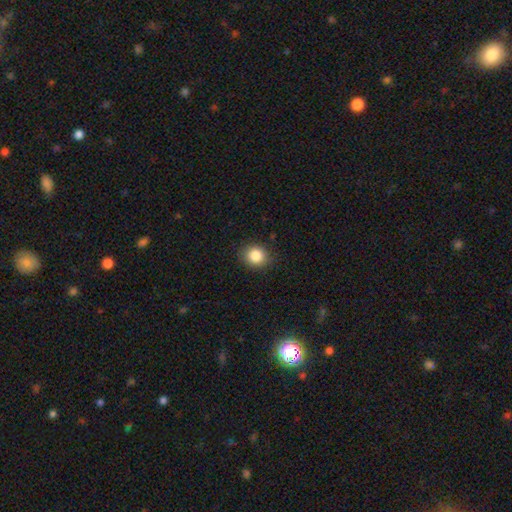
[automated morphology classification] Q: Smooth or featured?
A: smooth (85%); runner-up: star or artifact (10%)
Q: How rounded?
A: round (78%); runner-up: in between (21%)
Q: Merging?
A: none (88%); runner-up: minor disturbance (9%)